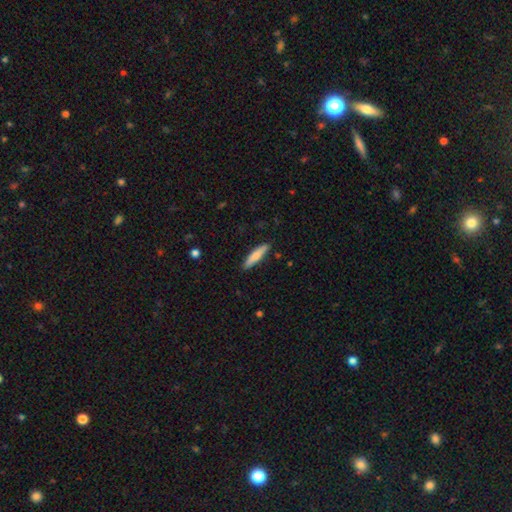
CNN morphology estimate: smooth_or_featured: smooth (p=0.74) [alt: featured or disk p=0.20]
how_rounded: cigar-shaped (p=0.83) [alt: in between p=0.15]
merging: none (p=0.88) [alt: minor disturbance p=0.09]